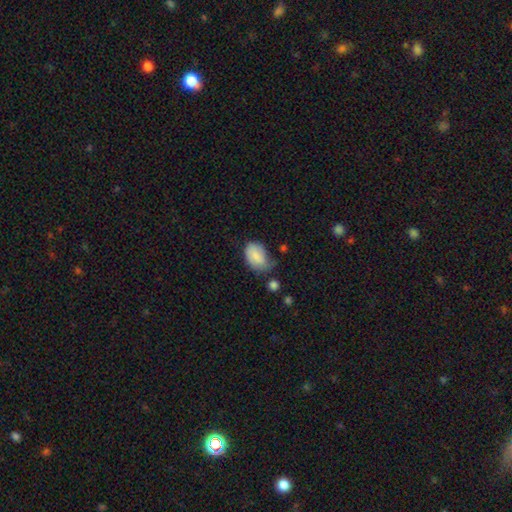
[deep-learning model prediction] Morphology: type=smooth (83%); roundness=in between (85%); merging=minor disturbance (40%).